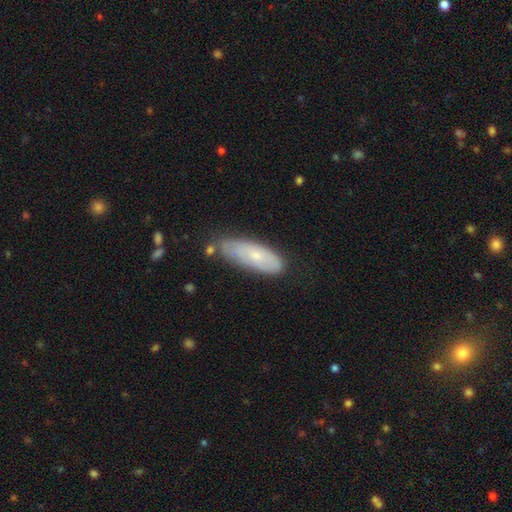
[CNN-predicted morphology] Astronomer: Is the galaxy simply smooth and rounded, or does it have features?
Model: smooth — 62%.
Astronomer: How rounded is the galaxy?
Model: in between — 66%.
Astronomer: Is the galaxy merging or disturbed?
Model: none — 61%.